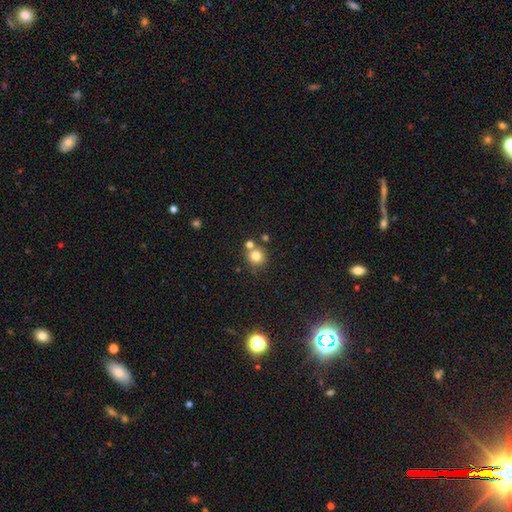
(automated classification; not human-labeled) Morphology: type=smooth (79%); roundness=round (91%); merging=none (68%).